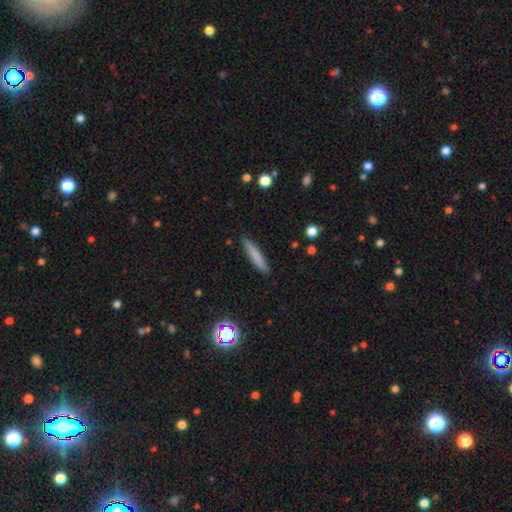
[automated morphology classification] Q: Smooth or featured?
A: smooth (77%); runner-up: featured or disk (16%)
Q: How rounded?
A: cigar-shaped (91%); runner-up: in between (8%)
Q: Merging?
A: none (88%); runner-up: minor disturbance (9%)